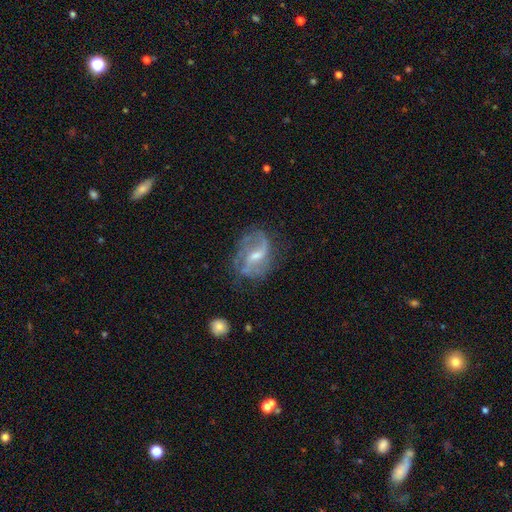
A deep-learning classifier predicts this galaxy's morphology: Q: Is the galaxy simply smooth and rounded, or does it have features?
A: featured or disk — 81%.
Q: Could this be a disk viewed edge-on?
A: no — 97%.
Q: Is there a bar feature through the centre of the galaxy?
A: weak — 53%.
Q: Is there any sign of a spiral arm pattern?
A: yes — 90%.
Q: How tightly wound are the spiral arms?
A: loose — 54%.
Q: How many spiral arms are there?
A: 2 — 74%.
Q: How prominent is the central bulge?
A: small — 49%.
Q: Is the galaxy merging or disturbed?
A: none — 59%.